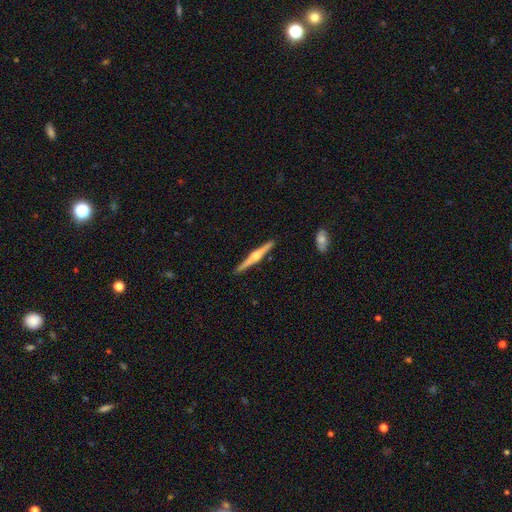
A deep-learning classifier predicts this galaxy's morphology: A featured or disk galaxy (76%) viewed edge-on (98%) with a rounded central bulge (91%). Merging: none (92%).